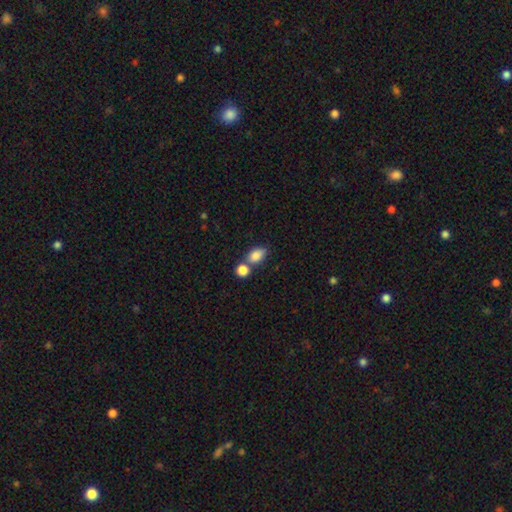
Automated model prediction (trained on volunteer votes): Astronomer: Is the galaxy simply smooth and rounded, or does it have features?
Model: smooth — 85%.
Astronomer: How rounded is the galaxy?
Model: in between — 83%.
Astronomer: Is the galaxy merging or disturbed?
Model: none — 49% (runner-up: merger, 36%).